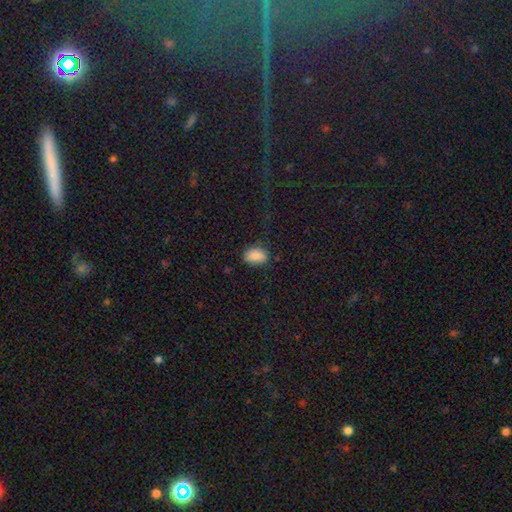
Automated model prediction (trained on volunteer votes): This is clearly a smooth galaxy (86%). How rounded: clearly in between (86%). Merging: likely none (72%).